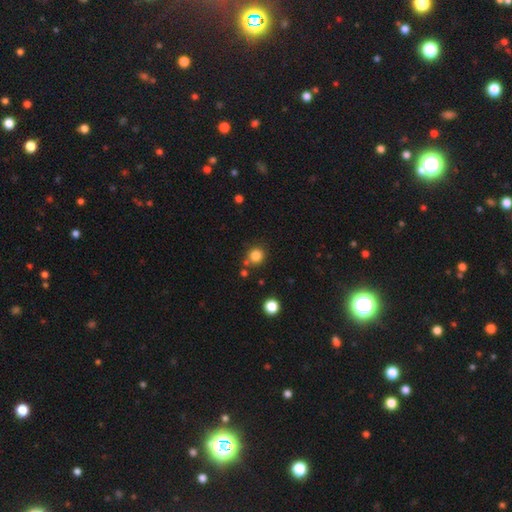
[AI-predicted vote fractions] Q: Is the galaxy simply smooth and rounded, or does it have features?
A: smooth — 83%.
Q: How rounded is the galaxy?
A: round — 90%.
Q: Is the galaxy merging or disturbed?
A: none — 77%.